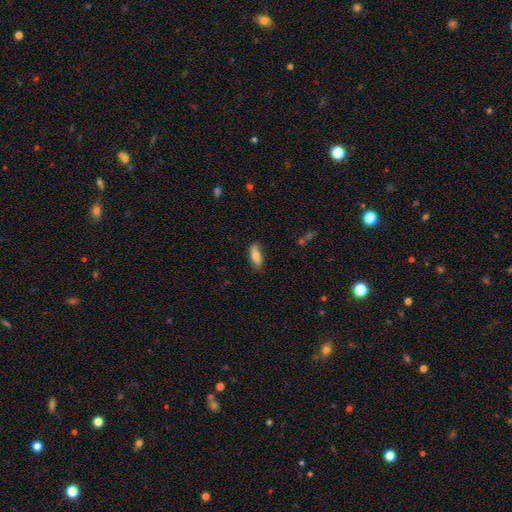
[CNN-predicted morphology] smooth_or_featured: smooth (p=0.72) [alt: featured or disk p=0.21]
how_rounded: in between (p=0.74) [alt: cigar-shaped p=0.23]
merging: none (p=0.70) [alt: minor disturbance p=0.23]